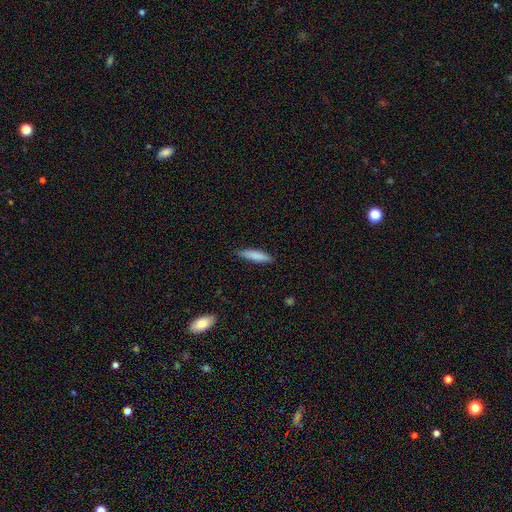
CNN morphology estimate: Q: Smooth or featured?
A: smooth (82%); runner-up: featured or disk (13%)
Q: How rounded?
A: cigar-shaped (80%); runner-up: in between (19%)
Q: Merging?
A: none (85%); runner-up: minor disturbance (12%)